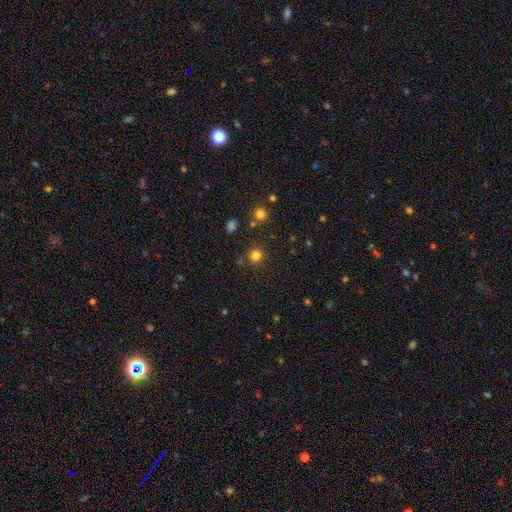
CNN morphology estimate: This is likely a smooth galaxy (78%). How rounded: clearly round (93%). Merging: clearly none (87%).